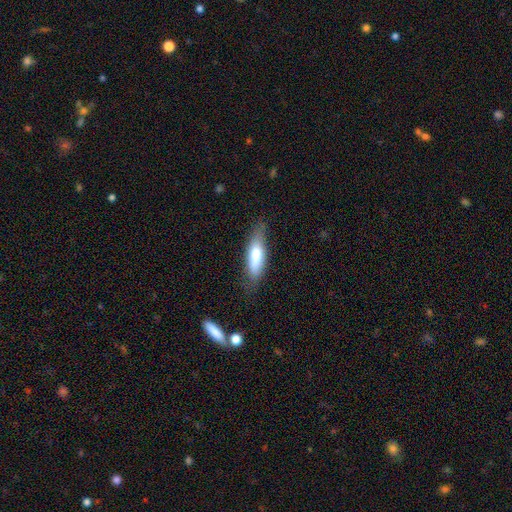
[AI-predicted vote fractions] smooth_or_featured: smooth (p=0.74) [alt: featured or disk p=0.20]
how_rounded: cigar-shaped (p=0.52) [alt: in between p=0.46]
merging: none (p=0.71) [alt: minor disturbance p=0.22]